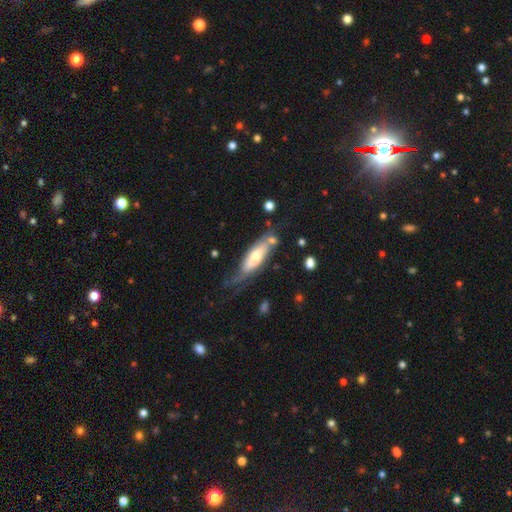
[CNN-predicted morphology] This is possibly a smooth galaxy (53%). How rounded: possibly in between (51%). Merging: marginally none (40%).